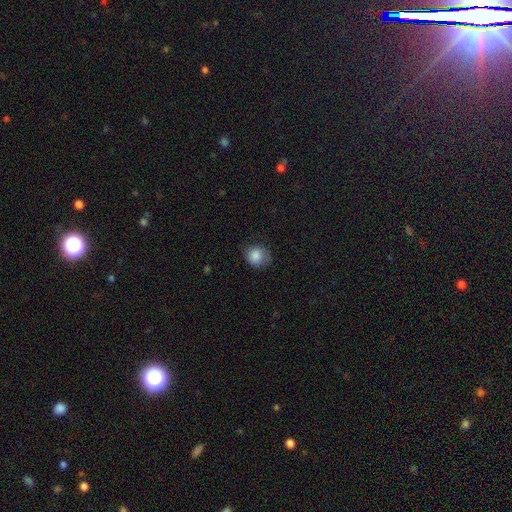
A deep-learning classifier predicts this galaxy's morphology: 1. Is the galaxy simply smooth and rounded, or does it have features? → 85% smooth, 9% star or artifact, 6% featured or disk.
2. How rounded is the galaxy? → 73% round, 26% in between, 1% cigar-shaped.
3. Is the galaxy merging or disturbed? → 72% none, 22% minor disturbance, 6% major disturbance, 1% merger.